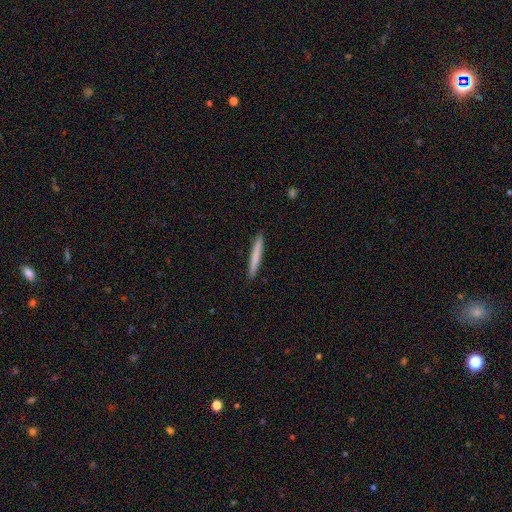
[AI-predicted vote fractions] smooth_or_featured: smooth (p=0.73) [alt: featured or disk p=0.22]
how_rounded: cigar-shaped (p=0.97) [alt: in between p=0.02]
merging: none (p=0.92) [alt: minor disturbance p=0.05]